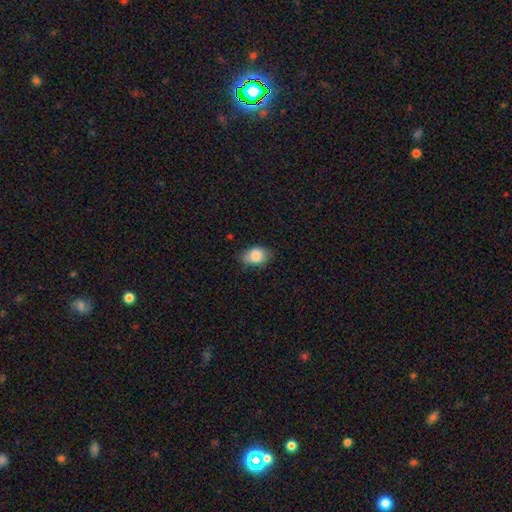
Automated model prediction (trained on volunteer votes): The model was most divided on "merging": none: 72%, minor disturbance: 22%, major disturbance: 4%, merger: 1%. More confident: smooth or featured — smooth (87%); how rounded — in between (79%).